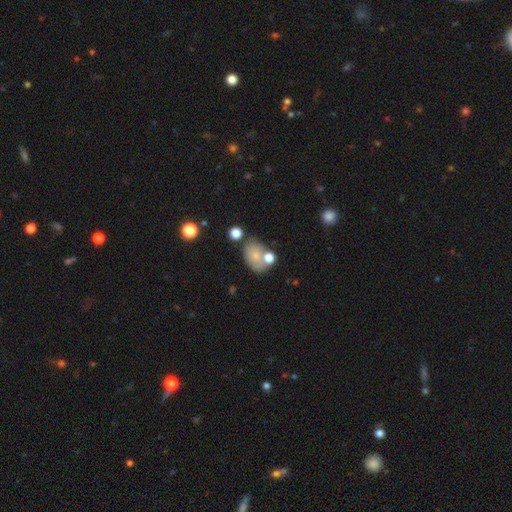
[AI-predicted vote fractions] smooth-or-featured: smooth: 71% | featured or disk: 19% | star or artifact: 10%
  how-rounded: in between: 78% | round: 21% | cigar-shaped: 1%
  merging: none: 54% | merger: 20% | minor disturbance: 19% | major disturbance: 7%